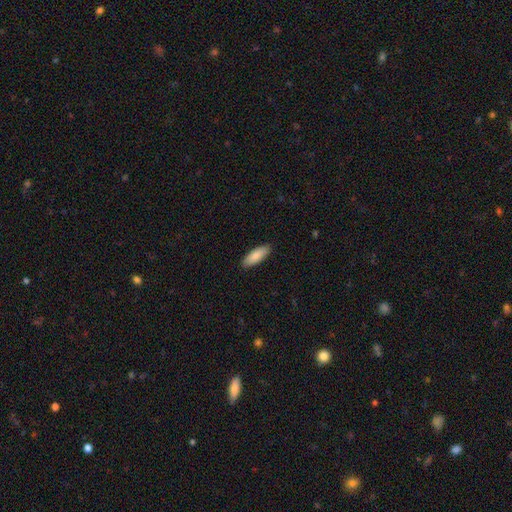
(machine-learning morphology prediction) This is clearly a smooth galaxy (86%). How rounded: likely in between (65%). Merging: clearly none (89%).